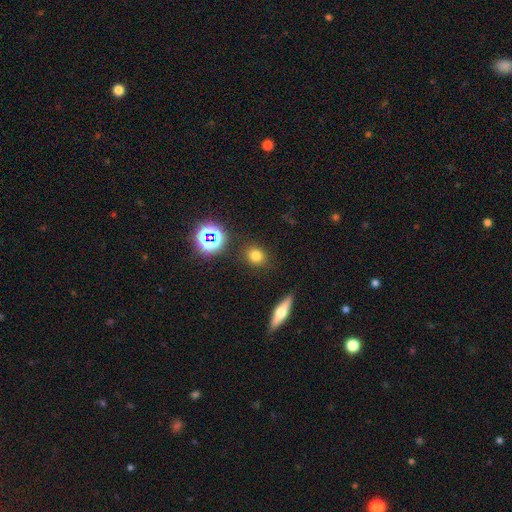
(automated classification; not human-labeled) Smooth or featured? Predicted: smooth (p=0.75). How rounded? Predicted: round (p=0.78). Merging? Predicted: none (p=0.88).